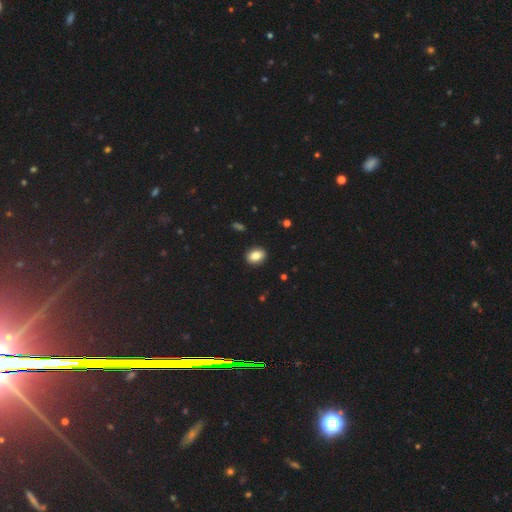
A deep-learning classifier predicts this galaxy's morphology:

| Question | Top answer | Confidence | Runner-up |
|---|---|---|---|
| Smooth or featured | smooth | 85% | star or artifact (9%) |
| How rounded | in between | 70% | round (29%) |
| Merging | none | 91% | minor disturbance (7%) |